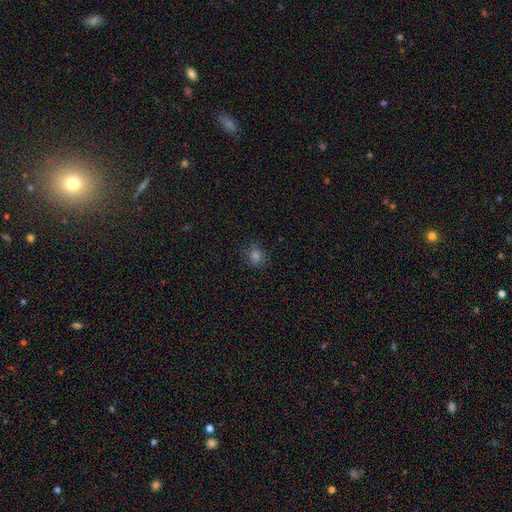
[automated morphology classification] Smooth or featured? Predicted: smooth (p=0.77). How rounded? Predicted: round (p=0.80). Merging? Predicted: none (p=0.86).